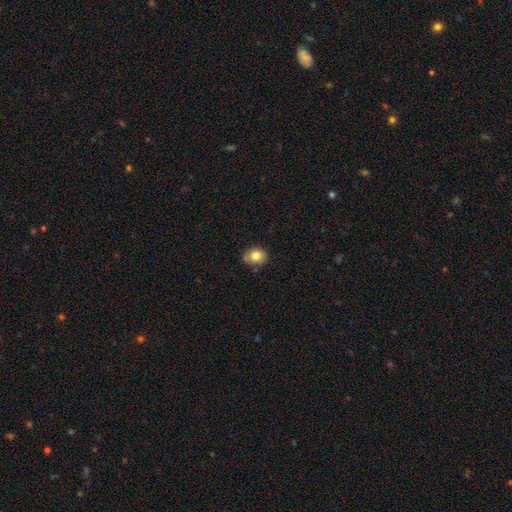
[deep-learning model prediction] This appears to be a smooth galaxy with no disk features (81%) that is round (55%). Merging: none (77%).